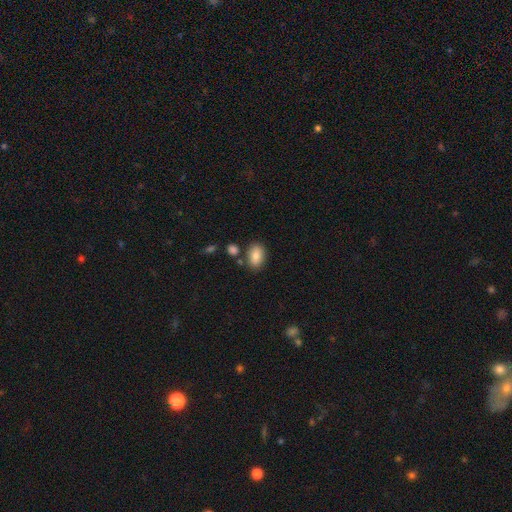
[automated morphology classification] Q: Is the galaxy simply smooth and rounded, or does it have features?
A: smooth — 85%.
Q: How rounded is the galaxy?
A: in between — 87%.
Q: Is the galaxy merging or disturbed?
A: none — 79%.